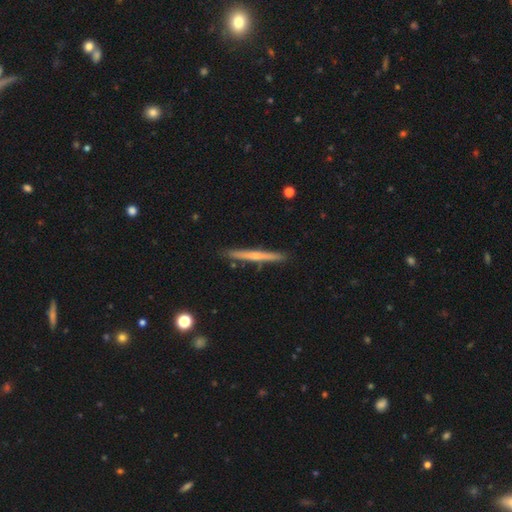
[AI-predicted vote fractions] Smooth or featured? featured or disk (54%)
Edge-on disk? yes (97%)
Edge-on bulge? none (48%)
Merging? none (90%)